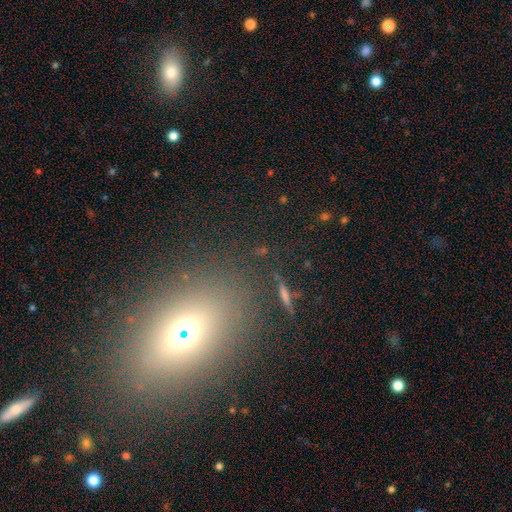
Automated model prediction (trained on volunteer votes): This is possibly a smooth galaxy (56%). How rounded: likely in between (76%). Merging: likely none (79%).